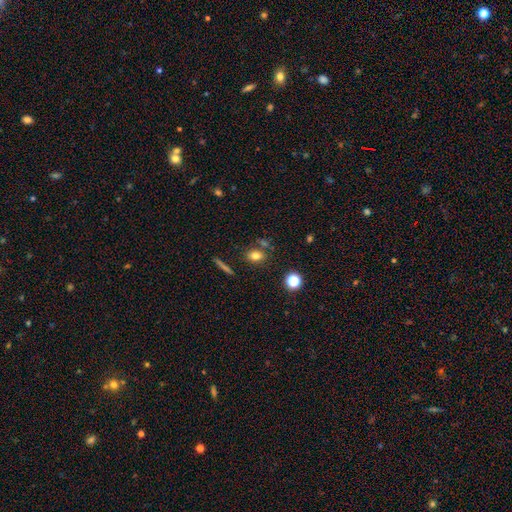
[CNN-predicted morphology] A smooth galaxy with no disk features (75%) that is in between round and cigar-shaped (59%).

Vote fractions:
- Smooth or featured? smooth: 75% / star or artifact: 14% / featured or disk: 11%
- How rounded? in between: 59% / round: 38% / cigar-shaped: 3%
- Merging? none: 75% / minor disturbance: 11% / merger: 10% / major disturbance: 4%